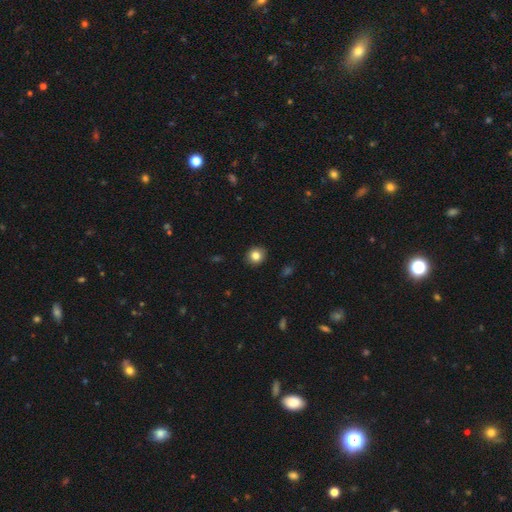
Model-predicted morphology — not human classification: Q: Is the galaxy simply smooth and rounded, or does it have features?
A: smooth — 83%.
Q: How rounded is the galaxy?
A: round — 87%.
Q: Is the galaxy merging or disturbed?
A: none — 91%.